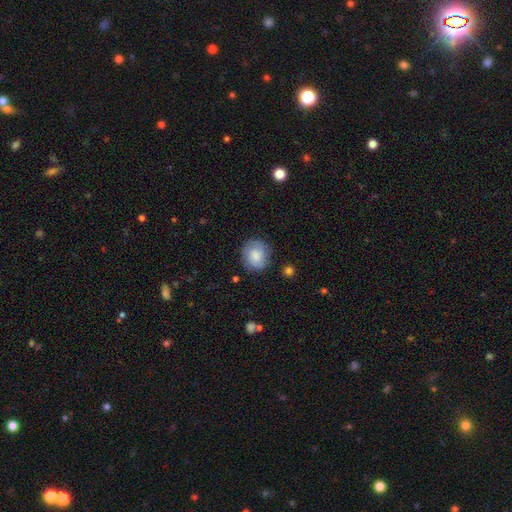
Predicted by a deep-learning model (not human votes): smooth-or-featured: smooth: 74% | featured or disk: 18% | star or artifact: 7%
  how-rounded: round: 78% | in between: 21% | cigar-shaped: 1%
  merging: none: 79% | minor disturbance: 16% | major disturbance: 4% | merger: 2%